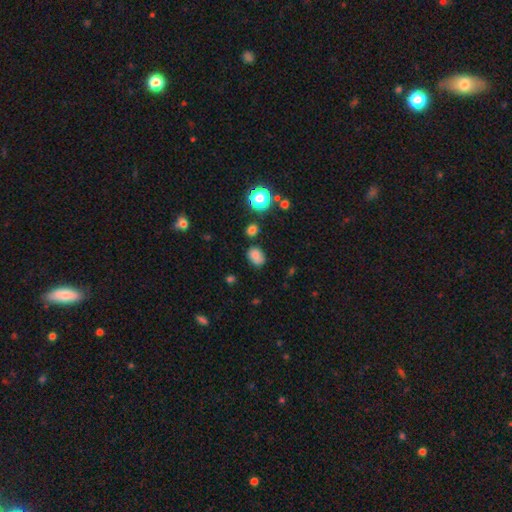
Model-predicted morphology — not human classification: Smooth or featured? smooth (76%)
How rounded? in between (62%)
Merging? none (63%)